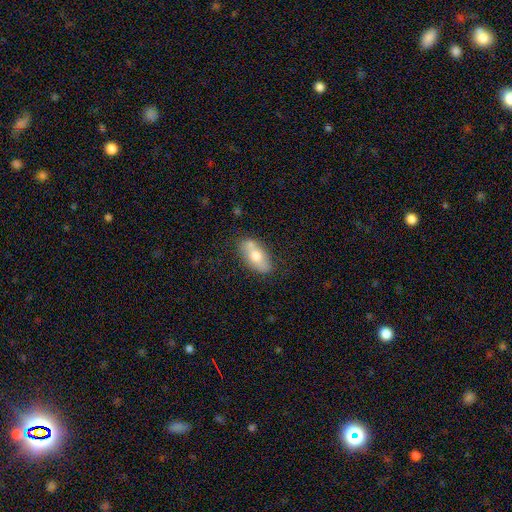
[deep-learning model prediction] The model was most divided on "smooth or featured": smooth: 62%, featured or disk: 31%, star or artifact: 7%. More confident: how rounded — in between (88%); merging — none (67%).